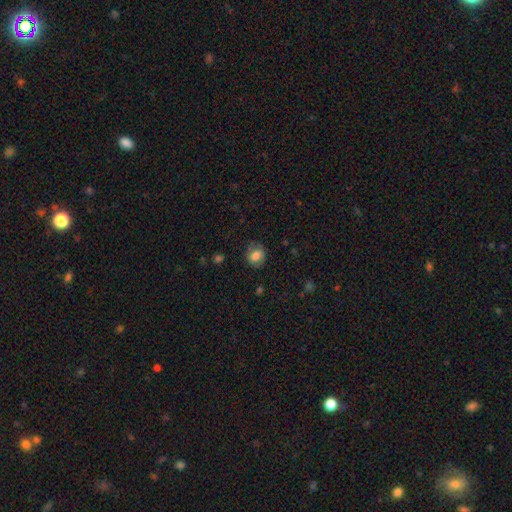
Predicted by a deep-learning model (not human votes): The model was most divided on "how rounded": round: 60%, in between: 39%, cigar-shaped: 1%. More confident: smooth or featured — smooth (77%); merging — none (77%).